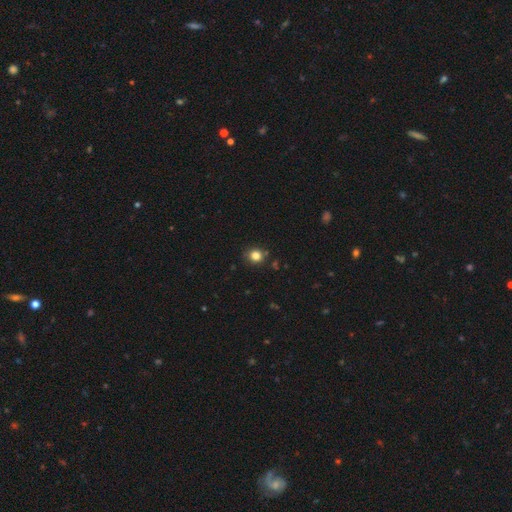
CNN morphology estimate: smooth-or-featured: smooth: 82% | star or artifact: 13% | featured or disk: 5%
  how-rounded: round: 86% | in between: 13% | cigar-shaped: 1%
  merging: none: 84% | minor disturbance: 10% | merger: 3% | major disturbance: 2%